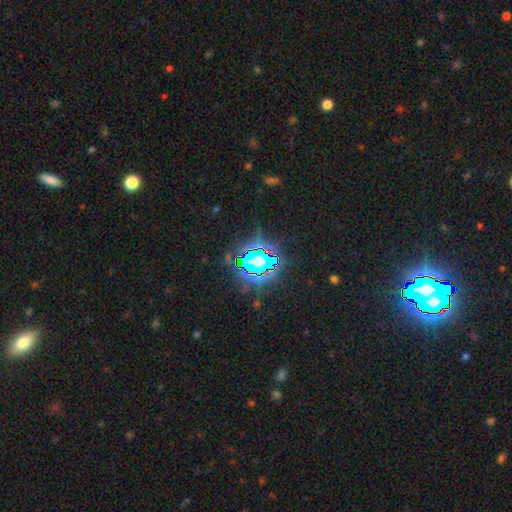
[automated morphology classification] Smooth or featured? Predicted: star or artifact (p=0.77).